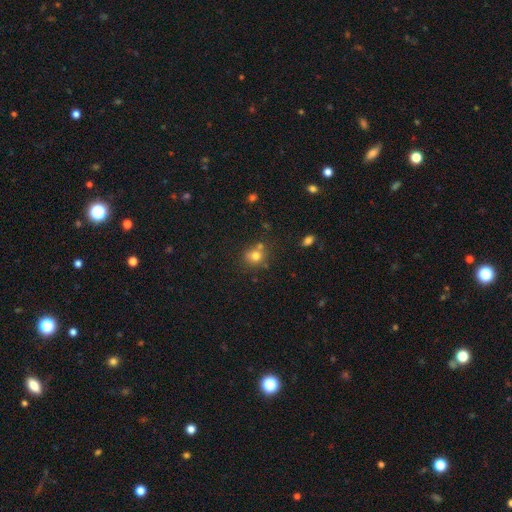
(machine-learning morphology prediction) Overall: smooth (74%). How rounded: round (80%). Merging: none (59%; merger 24%).